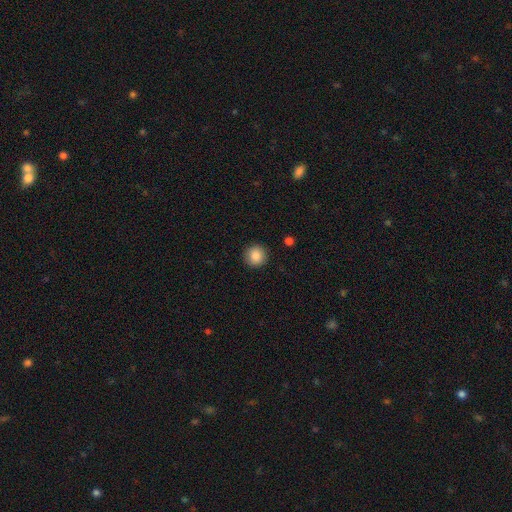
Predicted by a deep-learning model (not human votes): Overall: smooth (87%). How rounded: round (94%). Merging: none (92%).